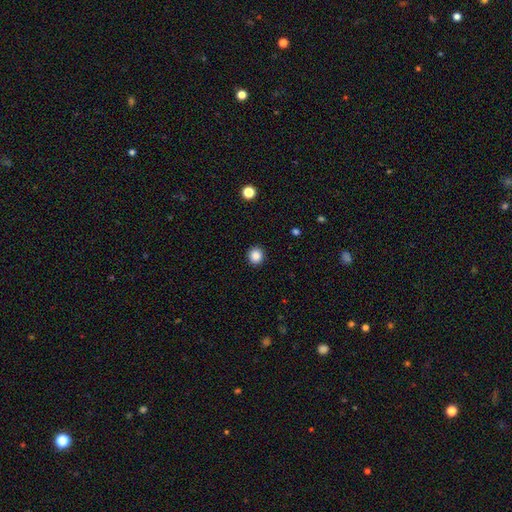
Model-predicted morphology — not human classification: type=smooth (86%); roundness=round (92%); merging=none (93%).